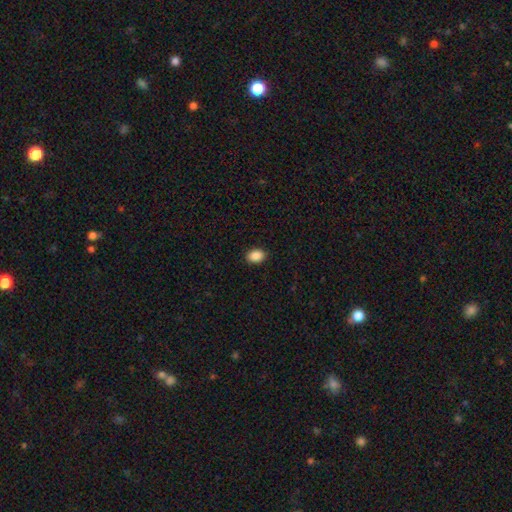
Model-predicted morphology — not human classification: Q: Smooth or featured?
A: smooth (89%); runner-up: star or artifact (8%)
Q: How rounded?
A: in between (79%); runner-up: round (20%)
Q: Merging?
A: none (90%); runner-up: minor disturbance (7%)